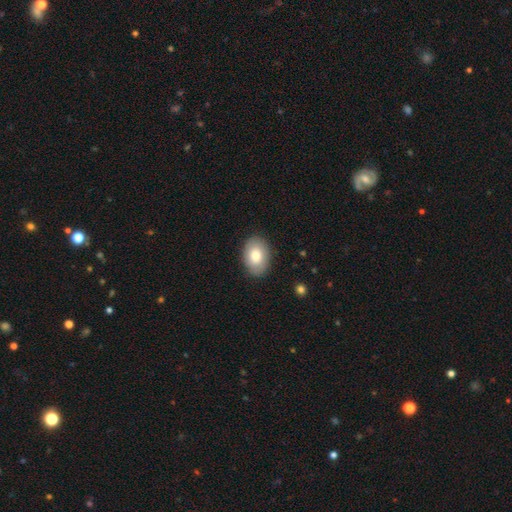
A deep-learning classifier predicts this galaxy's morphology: smooth 78%, featured or disk 16%, star or artifact 7%. Down the decision tree: how rounded — in between (83%); merging — none (87%).